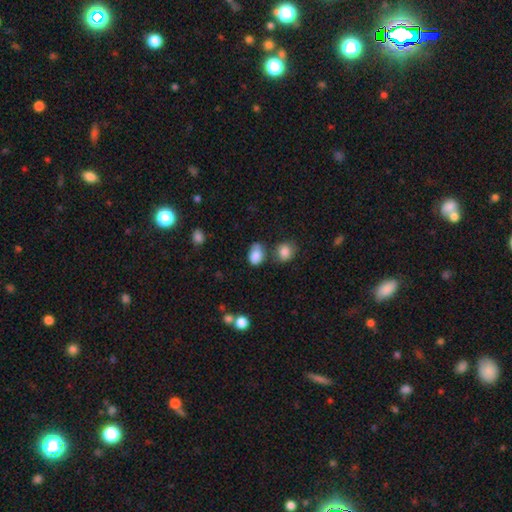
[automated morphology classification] Smooth or featured? Predicted: smooth (p=0.83). How rounded? Predicted: in between (p=0.74). Merging? Predicted: none (p=0.47).